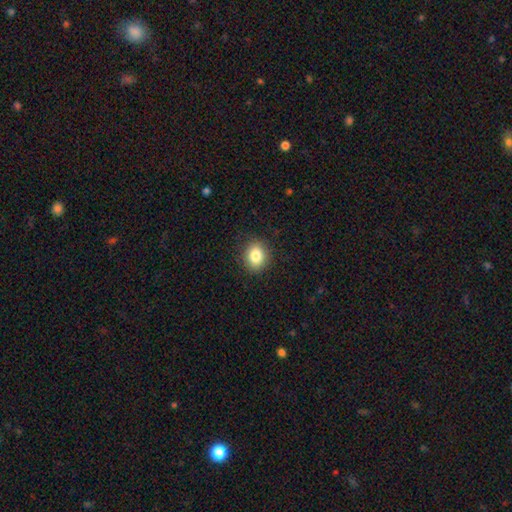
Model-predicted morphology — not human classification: Q: Smooth or featured?
A: smooth (83%); runner-up: star or artifact (10%)
Q: How rounded?
A: round (56%); runner-up: in between (43%)
Q: Merging?
A: none (89%); runner-up: minor disturbance (8%)